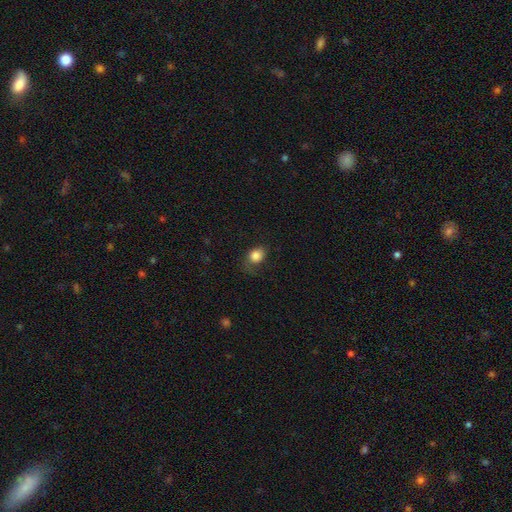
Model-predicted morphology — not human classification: Q: Smooth or featured?
A: smooth (85%); runner-up: star or artifact (9%)
Q: How rounded?
A: round (50%); runner-up: in between (49%)
Q: Merging?
A: none (61%); runner-up: minor disturbance (25%)